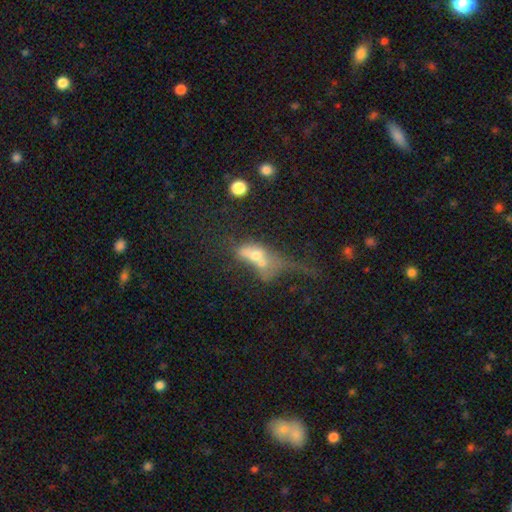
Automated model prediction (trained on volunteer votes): Q: Smooth or featured?
A: smooth (52%); runner-up: featured or disk (35%)
Q: How rounded?
A: in between (69%); runner-up: round (20%)
Q: Merging?
A: merger (60%); runner-up: major disturbance (22%)